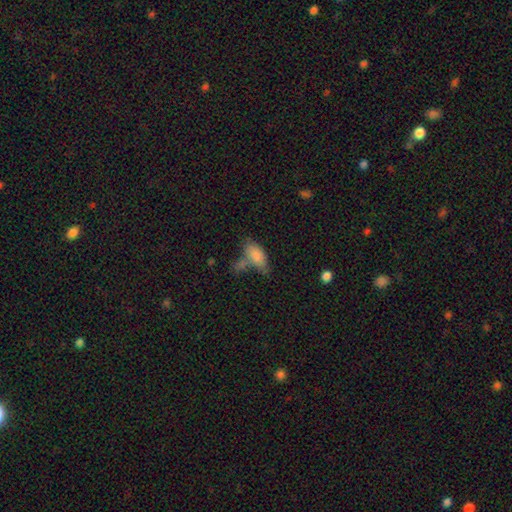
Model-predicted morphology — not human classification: Smooth or featured?
  - smooth: 81% *
  - featured or disk: 11%
  - star or artifact: 8%
How rounded?
  - in between: 87% *
  - cigar-shaped: 10%
  - round: 3%
Merging?
  - none: 37% *
  - merger: 32%
  - minor disturbance: 21%
  - major disturbance: 11%